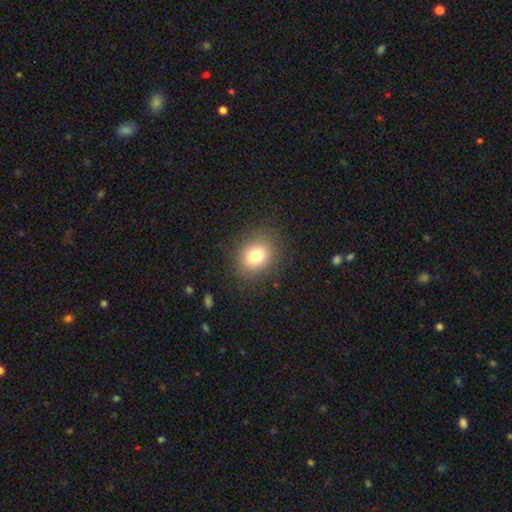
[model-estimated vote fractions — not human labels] Smooth or featured? smooth (77%)
How rounded? round (60%)
Merging? none (87%)